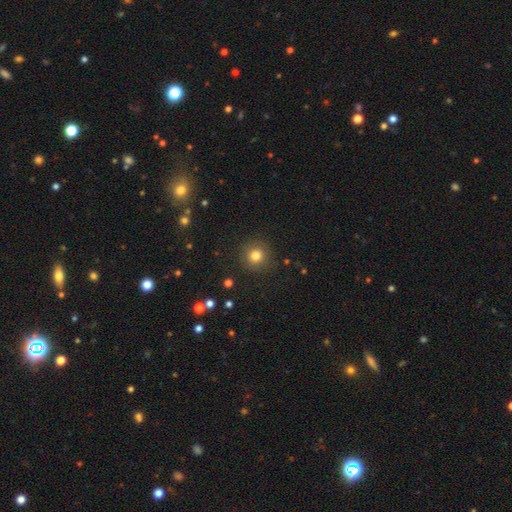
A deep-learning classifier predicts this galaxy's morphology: This is likely a smooth galaxy (80%). How rounded: clearly round (94%). Merging: clearly none (89%).